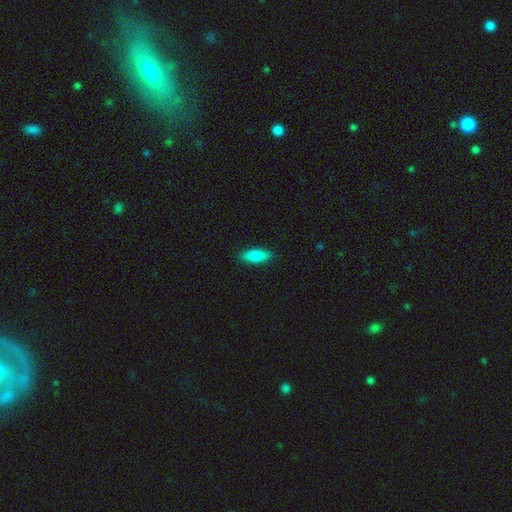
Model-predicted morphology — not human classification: Smooth or featured? Predicted: smooth (p=0.85). How rounded? Predicted: in between (p=0.68). Merging? Predicted: none (p=0.89).